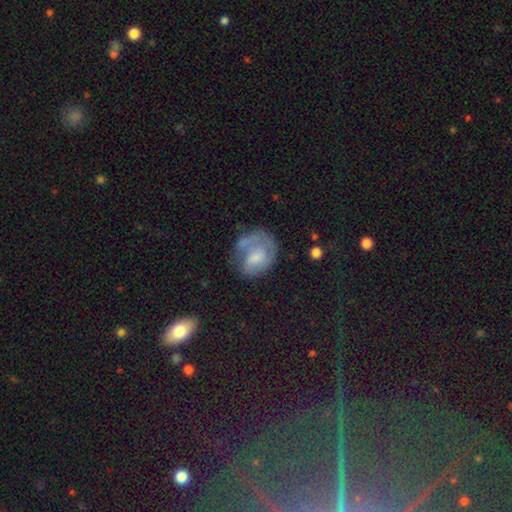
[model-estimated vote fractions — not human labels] Q: Smooth or featured?
A: featured or disk (45%); tied with: smooth (45%)
Q: Merging?
A: none (41%); runner-up: minor disturbance (26%)